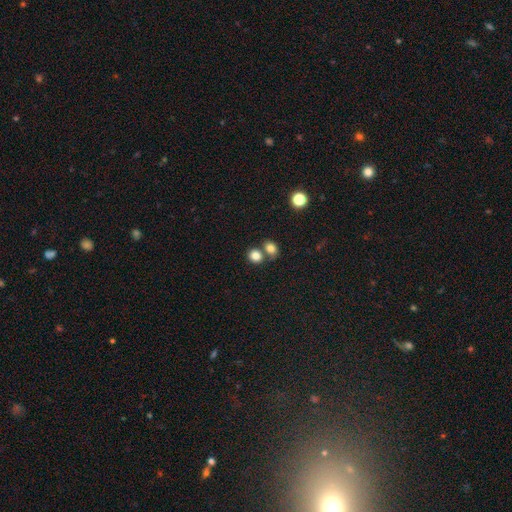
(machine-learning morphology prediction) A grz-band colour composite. It shows a smooth galaxy with no disk features (82%) that is round (70%). Merging: none (52%).